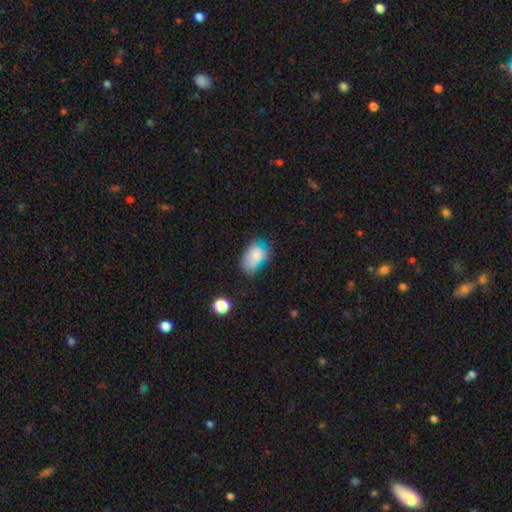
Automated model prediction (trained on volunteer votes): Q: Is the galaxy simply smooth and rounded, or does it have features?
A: smooth — 73%.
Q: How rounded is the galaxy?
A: in between — 87%.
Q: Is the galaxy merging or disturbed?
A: none — 49%.